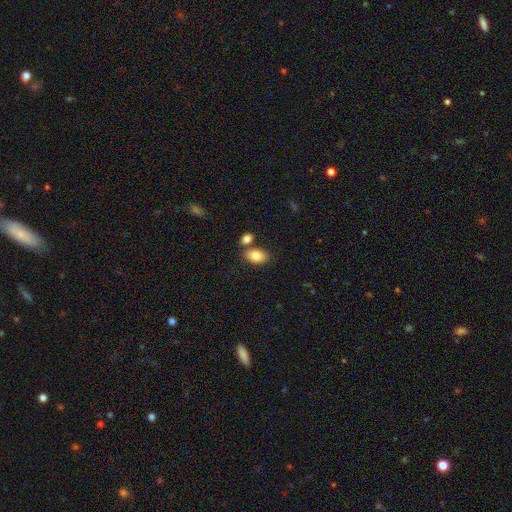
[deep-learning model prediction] Q: Smooth or featured?
A: smooth (85%); runner-up: star or artifact (8%)
Q: How rounded?
A: in between (86%); runner-up: round (12%)
Q: Merging?
A: none (65%); runner-up: merger (20%)